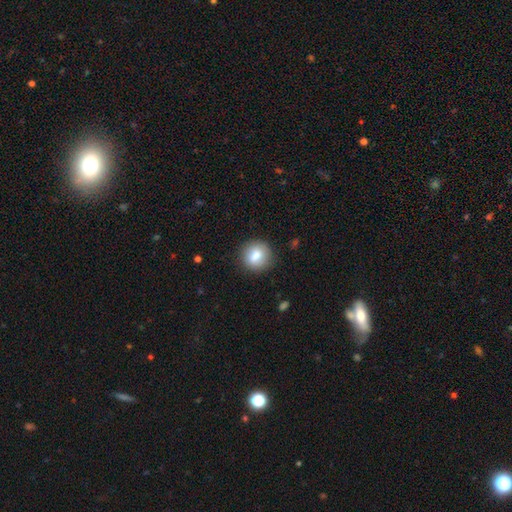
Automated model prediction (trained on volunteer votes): smooth 81%, featured or disk 11%, star or artifact 8%. Down the decision tree: how rounded — round (88%); merging — none (87%).